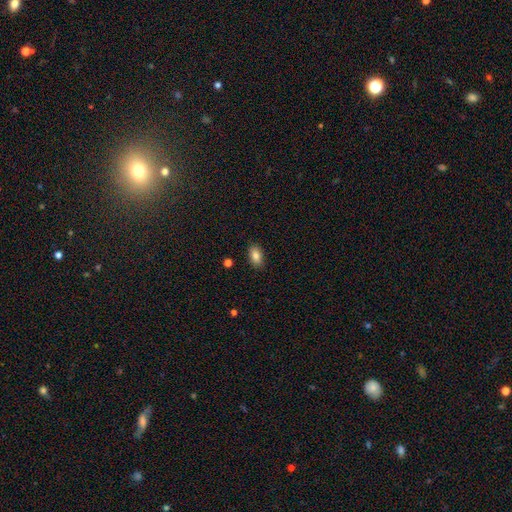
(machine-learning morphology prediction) Smooth or featured? smooth (84%)
How rounded? in between (90%)
Merging? none (88%)